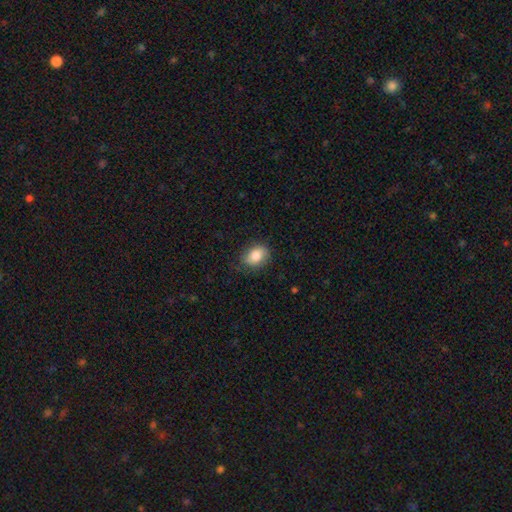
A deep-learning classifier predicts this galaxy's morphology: This appears to be a smooth galaxy with no disk features (82%) that is in between round and cigar-shaped (70%). Merging: none (78%).